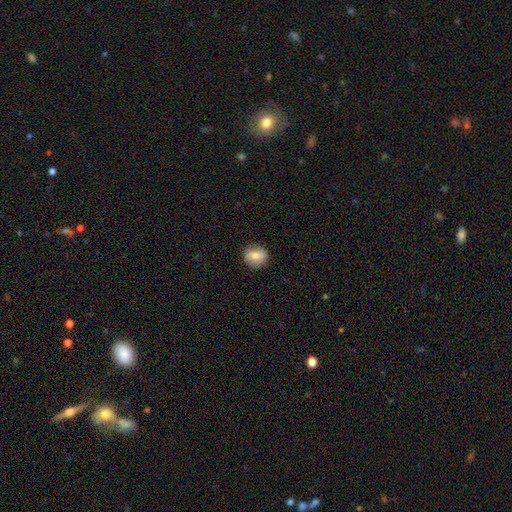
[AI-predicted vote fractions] The model was most divided on "smooth or featured": smooth: 67%, featured or disk: 24%, star or artifact: 8%. More confident: merging — none (85%); how rounded — round (80%).